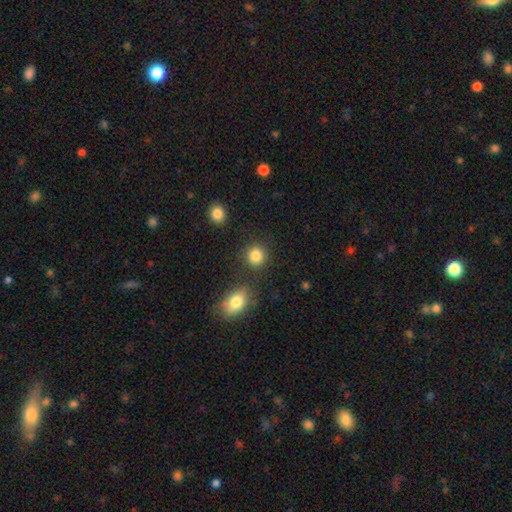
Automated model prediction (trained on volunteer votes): This is clearly a smooth galaxy (86%). How rounded: clearly round (86%). Merging: clearly none (82%).